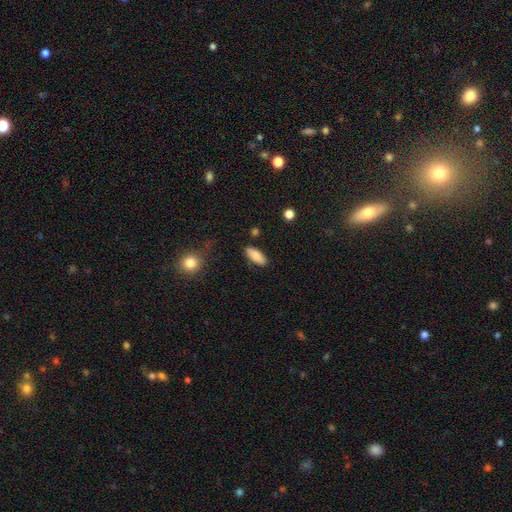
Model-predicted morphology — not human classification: A smooth galaxy with no disk features (84%) that is in between round and cigar-shaped (78%). Merging: none (84%).